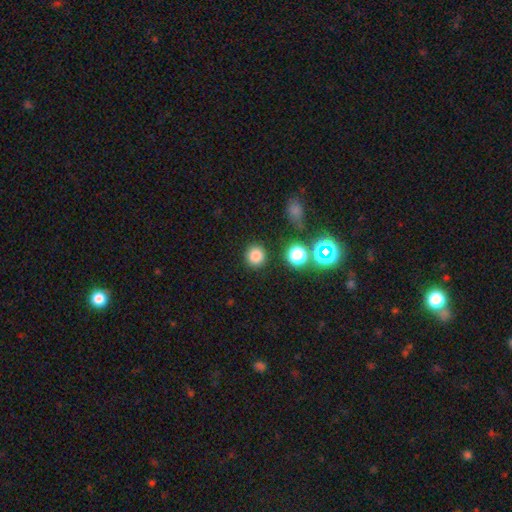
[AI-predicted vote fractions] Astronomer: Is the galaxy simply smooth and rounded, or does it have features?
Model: smooth — 79%.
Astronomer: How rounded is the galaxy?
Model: round — 90%.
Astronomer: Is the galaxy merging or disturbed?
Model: none — 87%.